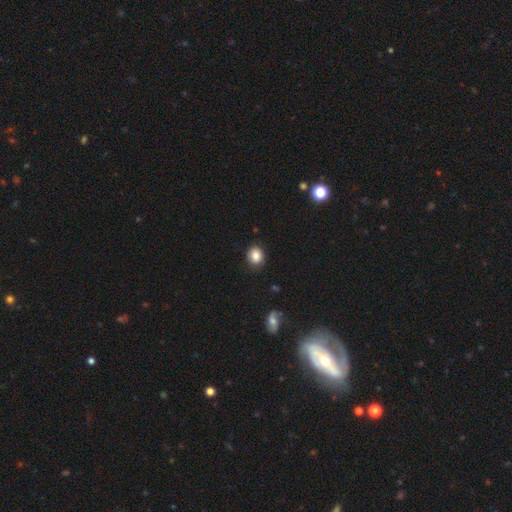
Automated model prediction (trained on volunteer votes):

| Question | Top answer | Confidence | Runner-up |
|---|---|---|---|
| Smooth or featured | smooth | 85% | star or artifact (10%) |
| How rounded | round | 71% | in between (28%) |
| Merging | none | 87% | minor disturbance (10%) |